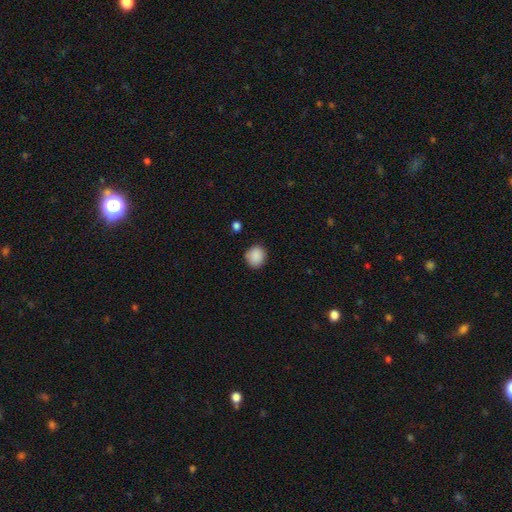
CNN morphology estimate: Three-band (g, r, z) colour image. It shows a smooth galaxy with no disk features (89%) that is round (80%). Merging: none (84%).